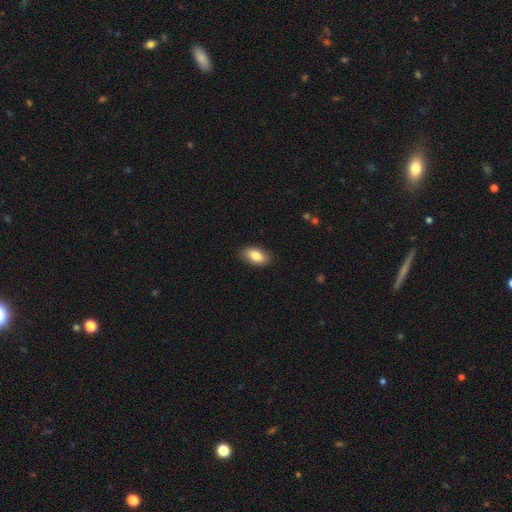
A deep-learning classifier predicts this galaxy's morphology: smooth 85%, featured or disk 9%, star or artifact 7%. Down the decision tree: how rounded — in between (92%); merging — none (88%).